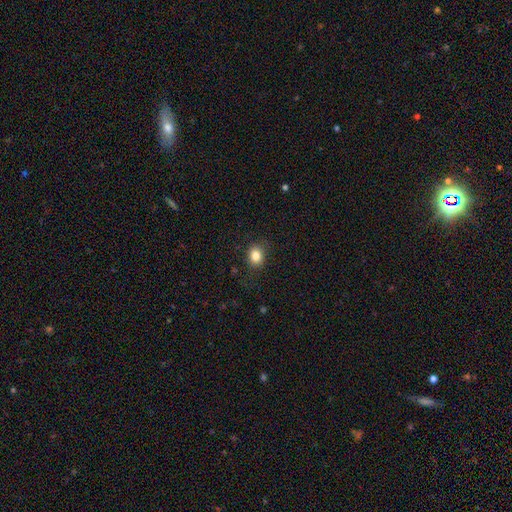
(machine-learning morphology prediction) This appears to be a smooth galaxy with no disk features (84%) that is round (60%). Merging: none (85%).